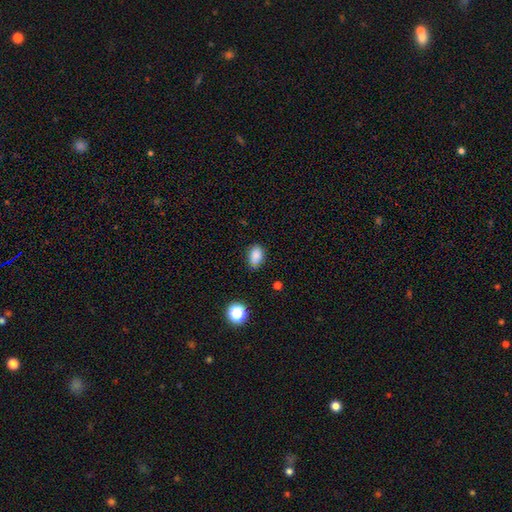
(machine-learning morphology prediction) Smooth or featured? smooth (85%)
How rounded? in between (84%)
Merging? none (75%)